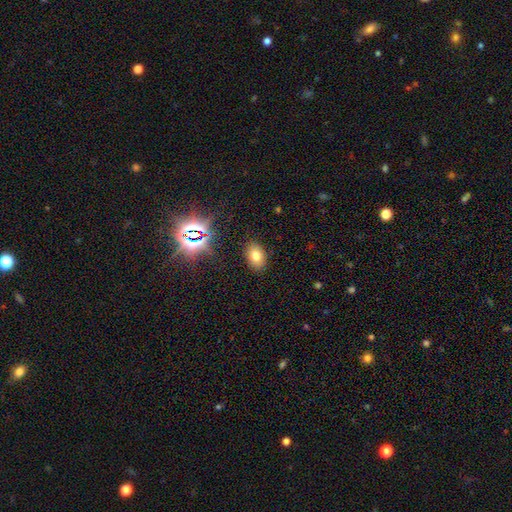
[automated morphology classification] Smooth or featured?
  - smooth: 71% *
  - star or artifact: 18%
  - featured or disk: 11%
How rounded?
  - in between: 84% *
  - round: 15%
  - cigar-shaped: 1%
Merging?
  - none: 87% *
  - minor disturbance: 9%
  - major disturbance: 3%
  - merger: 1%